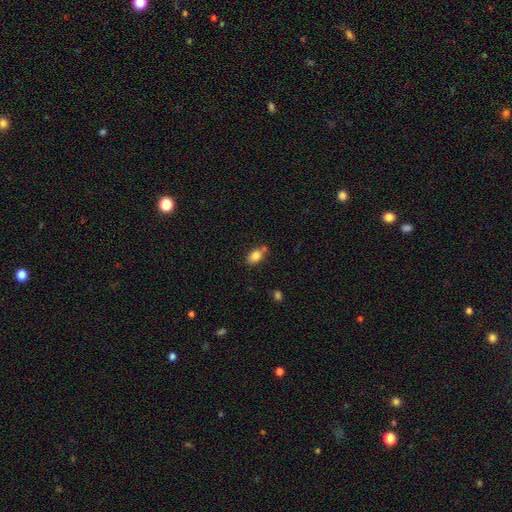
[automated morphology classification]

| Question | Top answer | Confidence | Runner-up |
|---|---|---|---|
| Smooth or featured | smooth | 83% | star or artifact (9%) |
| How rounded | in between | 82% | round (16%) |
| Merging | none | 61% | minor disturbance (18%) |